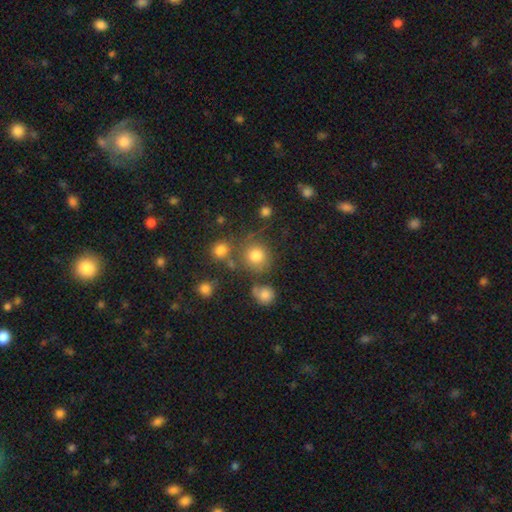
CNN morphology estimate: Smooth or featured? smooth (78%)
How rounded? round (91%)
Merging? none (69%)